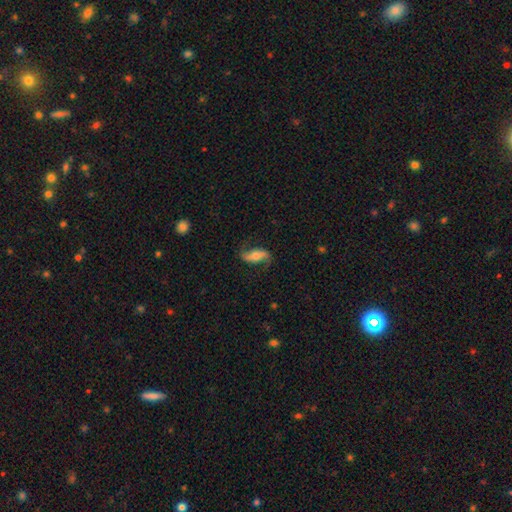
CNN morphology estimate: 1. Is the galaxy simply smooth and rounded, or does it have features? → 72% featured or disk, 21% smooth, 6% star or artifact.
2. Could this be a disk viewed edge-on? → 90% no, 10% yes.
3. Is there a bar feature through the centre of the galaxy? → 40% strong, 32% no, 28% weak.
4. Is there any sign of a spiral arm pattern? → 92% yes, 8% no.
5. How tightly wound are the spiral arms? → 72% loose, 21% medium, 7% tight.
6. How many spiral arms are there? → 92% 2, 3% can't tell, 3% 1, 1% 3, 1% 4, 1% more than 4.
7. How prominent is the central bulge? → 52% moderate, 32% small, 10% large, 4% none, 2% dominant.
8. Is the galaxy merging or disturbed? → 76% none, 15% minor disturbance, 8% major disturbance, 1% merger.